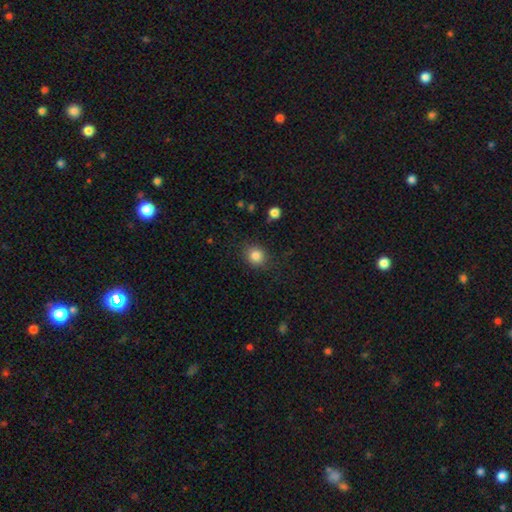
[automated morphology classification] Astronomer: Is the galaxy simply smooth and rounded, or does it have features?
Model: smooth — 84%.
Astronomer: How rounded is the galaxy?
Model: round — 75%.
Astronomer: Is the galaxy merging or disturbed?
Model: none — 85%.